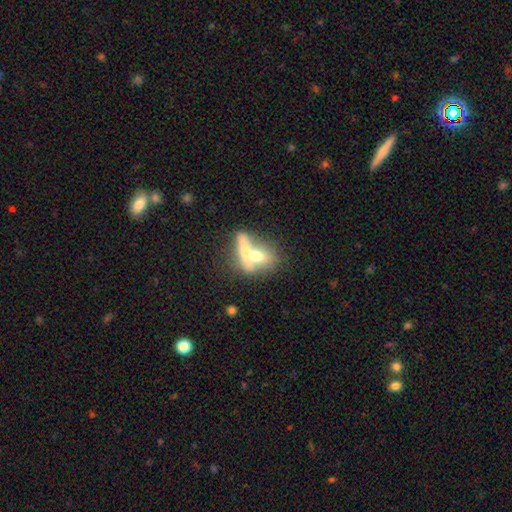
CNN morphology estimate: Smooth or featured? Predicted: smooth (p=0.54). How rounded? Predicted: in between (p=0.58). Merging? Predicted: merger (p=0.69).